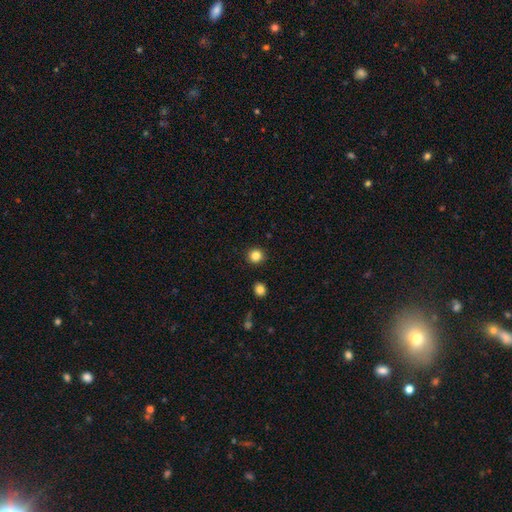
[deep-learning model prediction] Smooth or featured?
  - smooth: 84% *
  - star or artifact: 11%
  - featured or disk: 4%
How rounded?
  - round: 93% *
  - in between: 7%
  - cigar-shaped: 1%
Merging?
  - none: 91% *
  - minor disturbance: 5%
  - merger: 2%
  - major disturbance: 2%